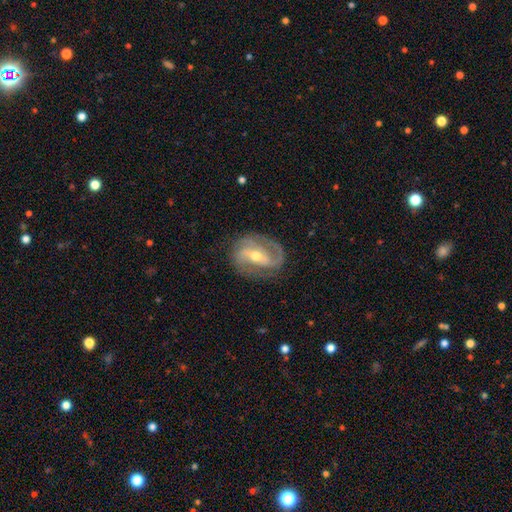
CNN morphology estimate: featured or disk 87%, smooth 8%, star or artifact 5%. Down the decision tree: edge-on disk — no (96%); bar — strong (42%); spiral arms — yes (95%); spiral arm count — 2 (81%); spiral winding — medium (47%); bulge size — moderate (60%); merging — none (76%).